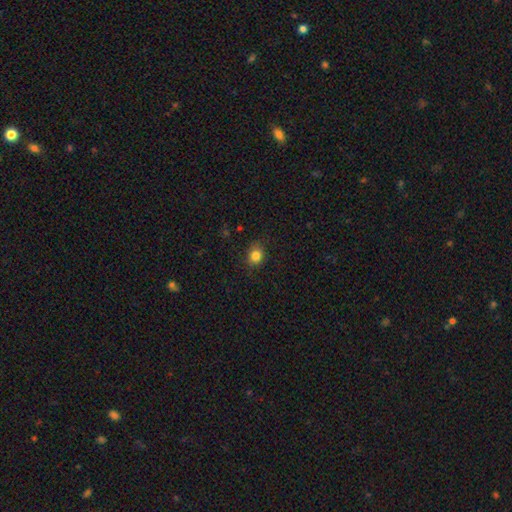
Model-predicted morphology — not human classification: smooth 83%, star or artifact 11%, featured or disk 6%. Down the decision tree: how rounded — round (64%); merging — none (83%).